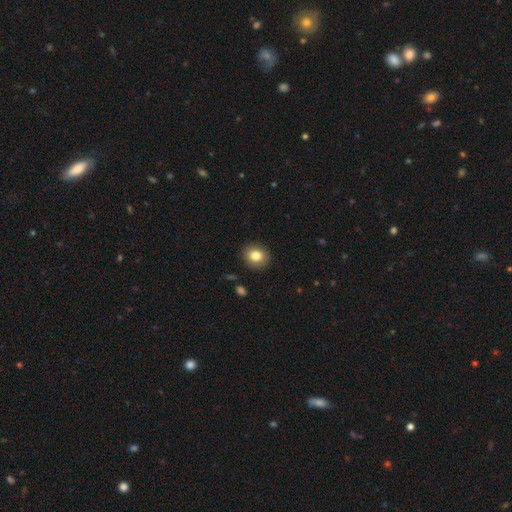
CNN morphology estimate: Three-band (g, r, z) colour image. It shows a smooth galaxy with no disk features (82%) that is round (68%). Merging: none (90%).